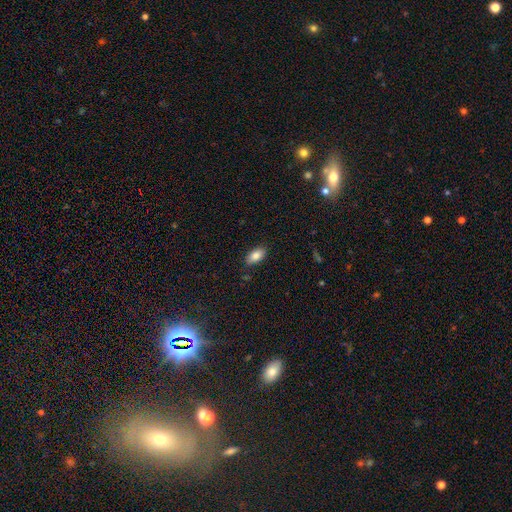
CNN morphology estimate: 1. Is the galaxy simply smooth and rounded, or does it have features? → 84% smooth, 8% featured or disk, 8% star or artifact.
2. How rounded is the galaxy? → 91% in between, 6% cigar-shaped, 3% round.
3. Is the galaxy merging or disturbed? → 84% none, 12% minor disturbance, 2% major disturbance, 1% merger.